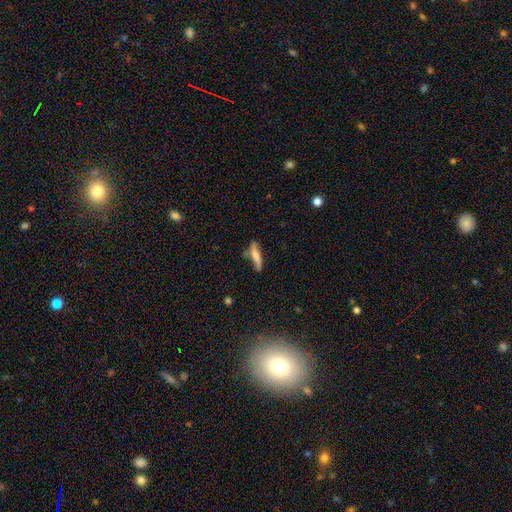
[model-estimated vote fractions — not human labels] Smooth or featured?
  - smooth: 62% *
  - featured or disk: 31%
  - star or artifact: 7%
How rounded?
  - cigar-shaped: 79% *
  - in between: 19%
  - round: 2%
Merging?
  - none: 61% *
  - minor disturbance: 25%
  - major disturbance: 8%
  - merger: 6%